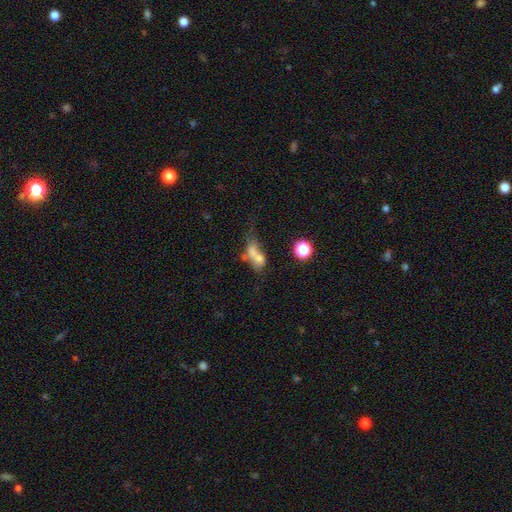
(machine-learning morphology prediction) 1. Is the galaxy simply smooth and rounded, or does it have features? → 58% smooth, 27% featured or disk, 15% star or artifact.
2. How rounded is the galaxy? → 67% in between, 24% round, 9% cigar-shaped.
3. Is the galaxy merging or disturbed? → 49% merger, 20% none, 18% major disturbance, 13% minor disturbance.